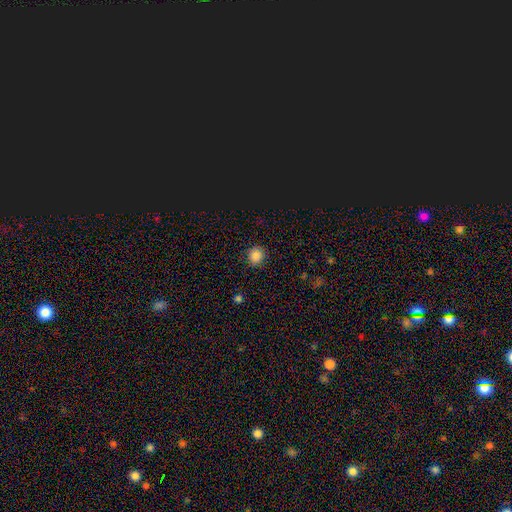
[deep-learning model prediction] smooth_or_featured: smooth (p=0.85) [alt: star or artifact p=0.12]
how_rounded: round (p=0.91) [alt: in between p=0.08]
merging: none (p=0.88) [alt: minor disturbance p=0.08]